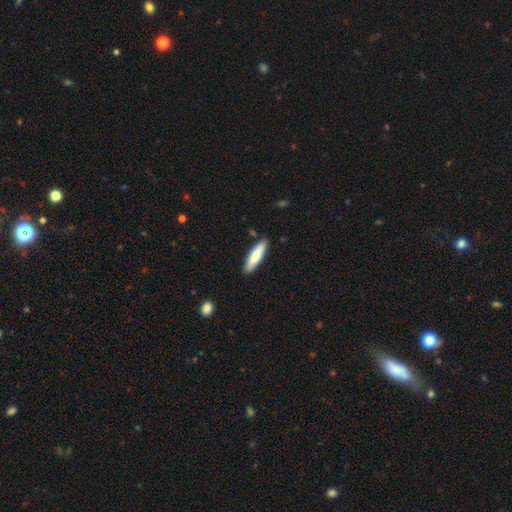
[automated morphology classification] The model was most divided on "how rounded": cigar-shaped: 65%, in between: 34%, round: 1%. More confident: merging — none (87%); smooth or featured — smooth (80%).